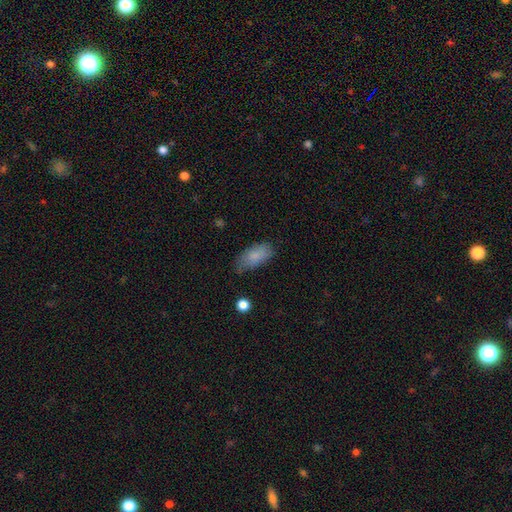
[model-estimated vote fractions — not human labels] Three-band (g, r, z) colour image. It shows a smooth galaxy with no disk features (84%) that is in between round and cigar-shaped (90%). Merging: none (64%).